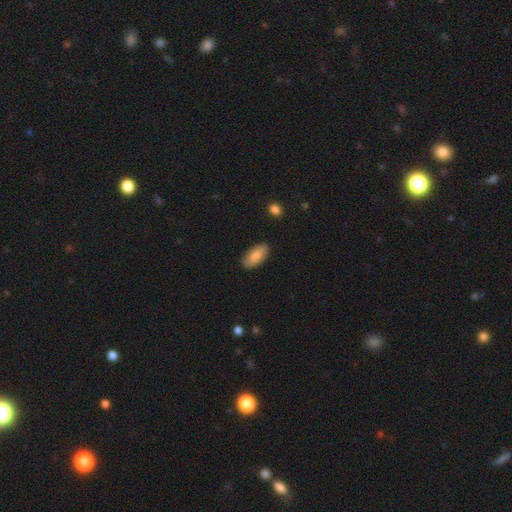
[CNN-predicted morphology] Overall: smooth (85%). How rounded: in between (88%). Merging: none (85%).